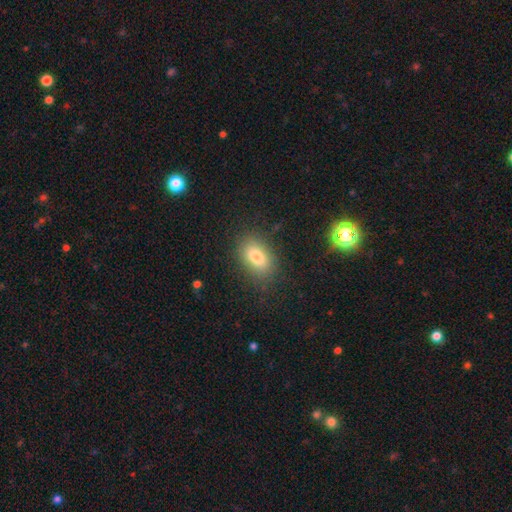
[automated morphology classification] This appears to be a smooth galaxy with no disk features (79%) that is in between round and cigar-shaped (85%). Merging: none (84%).